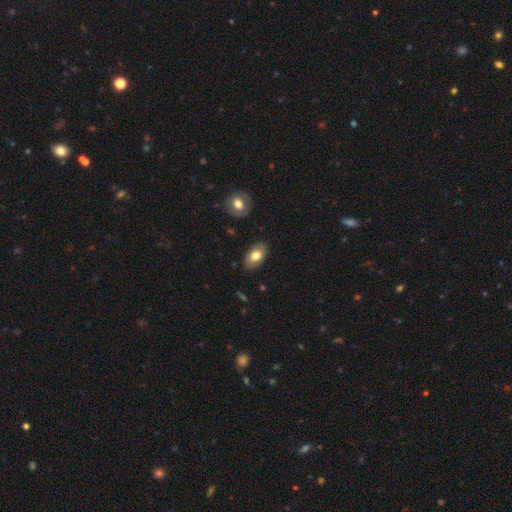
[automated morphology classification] A smooth galaxy with no disk features (75%) that is in between round and cigar-shaped (91%).

Vote fractions:
- Smooth or featured? smooth: 75% / featured or disk: 18% / star or artifact: 7%
- How rounded? in between: 91% / round: 7% / cigar-shaped: 2%
- Merging? none: 86% / minor disturbance: 10% / major disturbance: 2% / merger: 1%